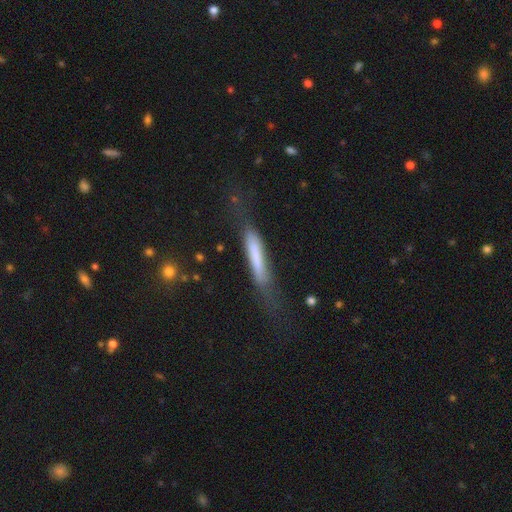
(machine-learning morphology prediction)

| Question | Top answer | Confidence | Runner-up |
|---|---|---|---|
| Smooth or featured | smooth | 66% | featured or disk (28%) |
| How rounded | cigar-shaped | 91% | in between (8%) |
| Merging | none | 53% | minor disturbance (26%) |